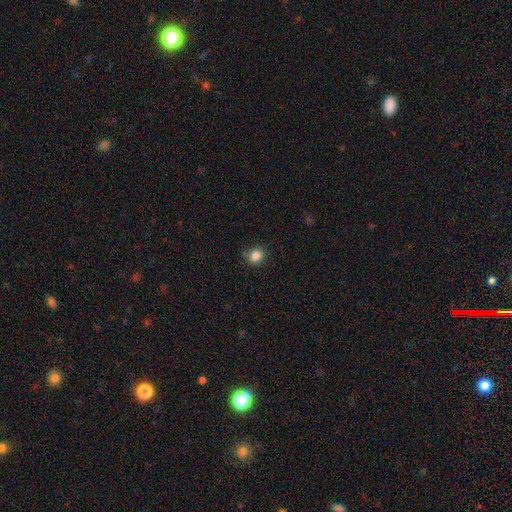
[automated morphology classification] This appears to be a smooth galaxy with no disk features (85%) that is round (72%). Merging: none (82%).